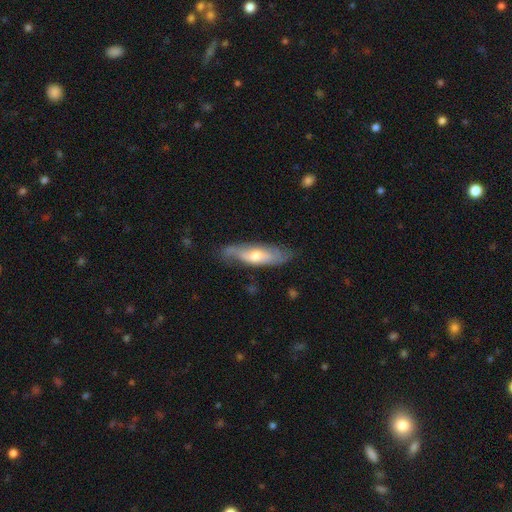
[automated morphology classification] smooth-or-featured: featured or disk: 58% | smooth: 36% | star or artifact: 6%
  disk-edge-on: no: 58% | yes: 42%
  merging: none: 72% | minor disturbance: 21% | major disturbance: 5% | merger: 2%